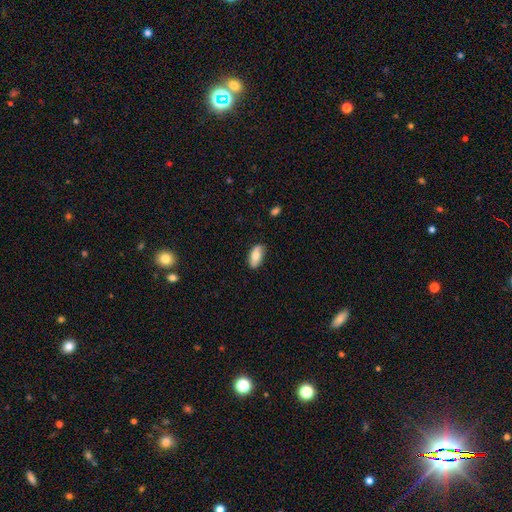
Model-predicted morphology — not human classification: Q: Smooth or featured?
A: smooth (75%); runner-up: featured or disk (18%)
Q: How rounded?
A: in between (90%); runner-up: cigar-shaped (7%)
Q: Merging?
A: none (80%); runner-up: minor disturbance (16%)